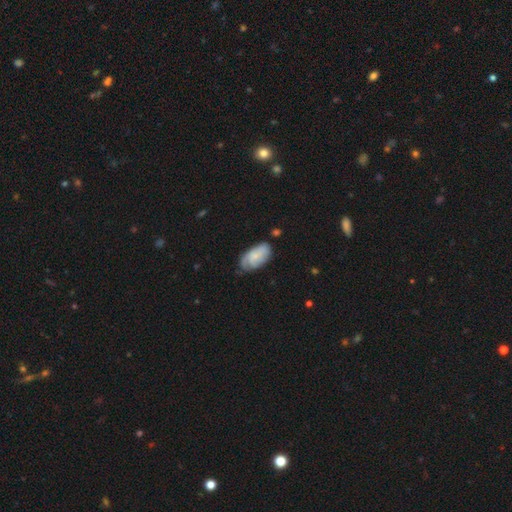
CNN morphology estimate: The model was most divided on "smooth or featured": smooth: 53%, featured or disk: 40%, star or artifact: 6%. More confident: how rounded — in between (93%); merging — none (55%).